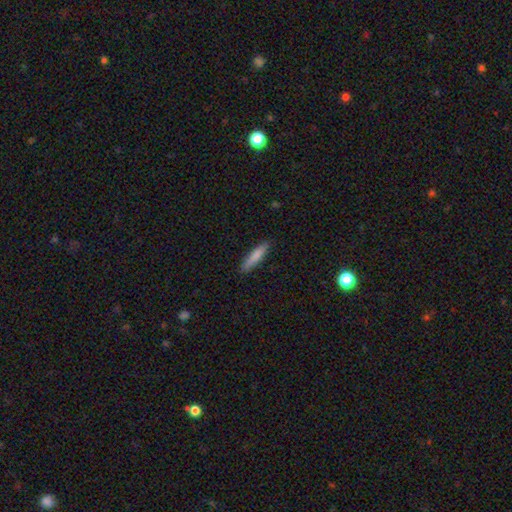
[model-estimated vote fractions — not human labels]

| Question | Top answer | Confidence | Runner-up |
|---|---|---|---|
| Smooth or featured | smooth | 82% | featured or disk (13%) |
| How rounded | cigar-shaped | 85% | in between (13%) |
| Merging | none | 89% | minor disturbance (9%) |